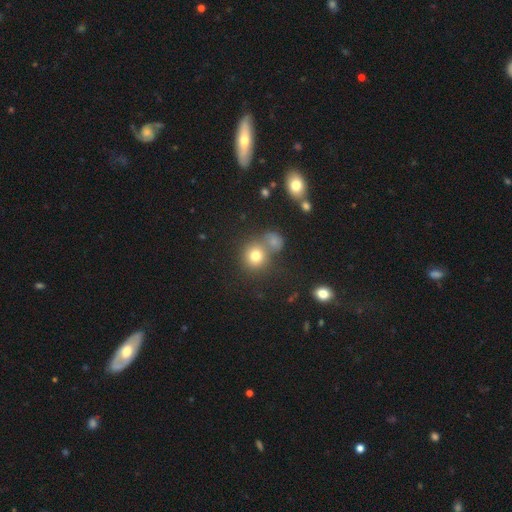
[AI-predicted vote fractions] Smooth or featured: smooth — 75% (star or artifact — 15%)
How rounded: round — 85% (in between — 14%)
Merging: none — 54% (merger — 31%)